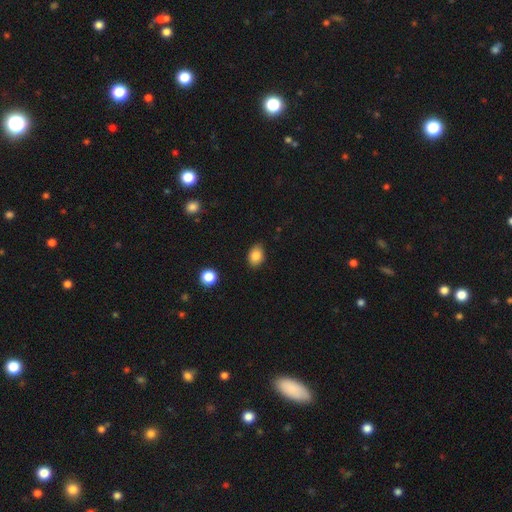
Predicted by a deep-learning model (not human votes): Smooth or featured? smooth (85%)
How rounded? in between (74%)
Merging? none (84%)